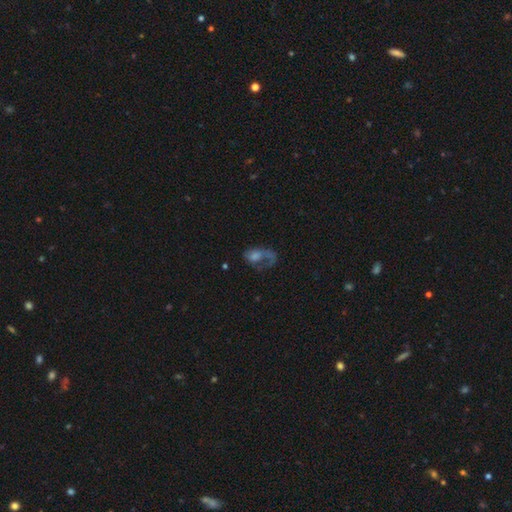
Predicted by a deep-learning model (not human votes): The model was most divided on "bulge size": moderate: 37%, small: 24%, large: 18%, none: 17%, dominant: 4%. Remaining: edge-on disk — no (96%); bar — no (78%); spiral arms — yes (66%); smooth or featured — featured or disk (58%); merging — major disturbance (47%).